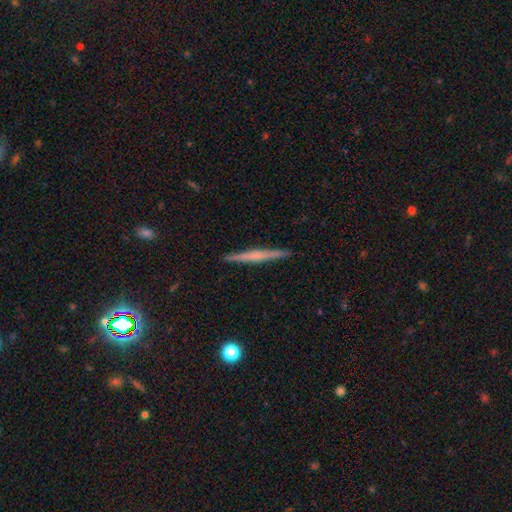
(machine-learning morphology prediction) The model was most divided on "edge-on bulge": none: 47%, rounded: 37%, boxy: 16%. More confident: edge-on disk — yes (98%); merging — none (92%); smooth or featured — featured or disk (60%).